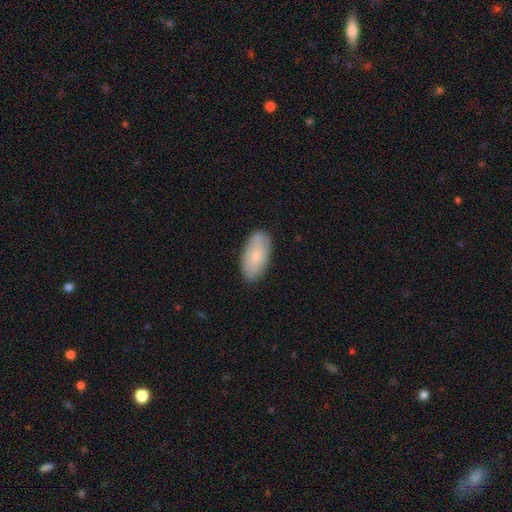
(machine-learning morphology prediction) The model was most divided on "smooth or featured": smooth: 69%, featured or disk: 25%, star or artifact: 6%. More confident: how rounded — in between (94%); merging — none (85%).